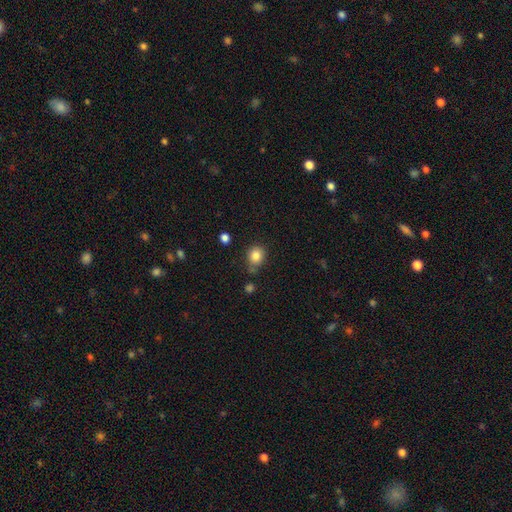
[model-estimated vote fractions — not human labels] A smooth galaxy with no disk features (84%) that is round (75%).

Vote fractions:
- Smooth or featured? smooth: 84% / star or artifact: 10% / featured or disk: 6%
- How rounded? round: 75% / in between: 25% / cigar-shaped: 1%
- Merging? none: 72% / minor disturbance: 17% / merger: 7% / major disturbance: 4%